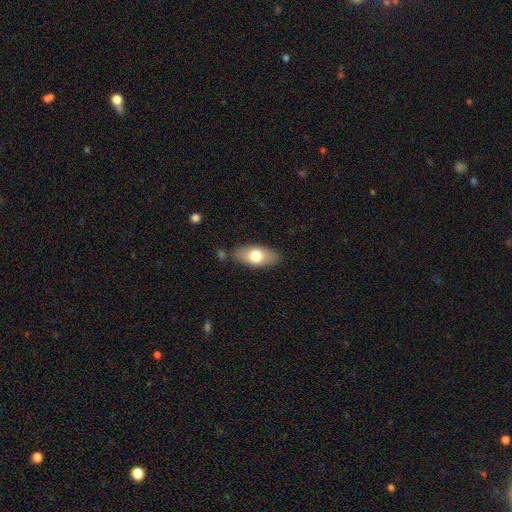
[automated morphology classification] type=smooth (69%); roundness=in between (89%); merging=none (82%).